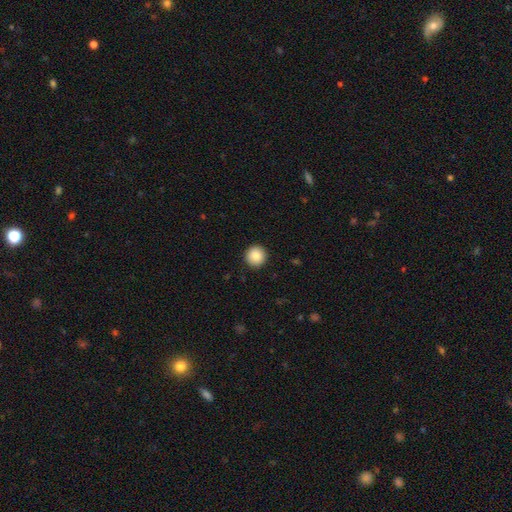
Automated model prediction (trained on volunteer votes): This is clearly a smooth galaxy (87%). How rounded: clearly round (94%). Merging: clearly none (92%).